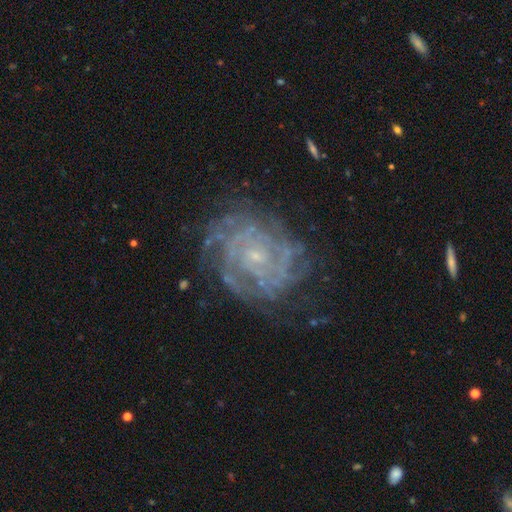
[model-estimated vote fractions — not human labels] Overall: featured or disk (85%). Edge-on disk: no (98%). Bar: no (73%). Spiral arms: yes (94%). Spiral arm count: can't tell (38%; 4 17%). Spiral winding: tight (76%). Bulge size: small (80%). Merging: none (72%).